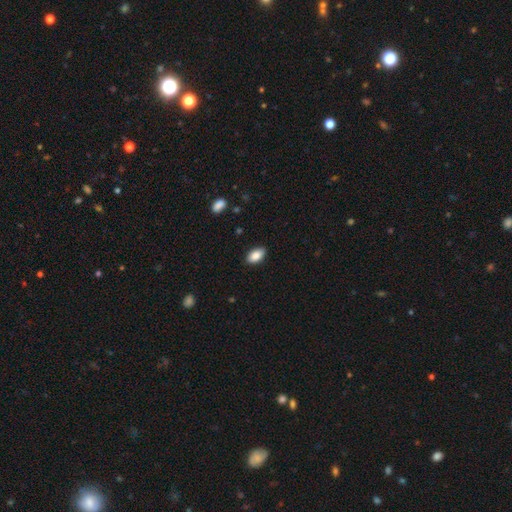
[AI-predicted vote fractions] Smooth or featured? Predicted: smooth (p=0.87). How rounded? Predicted: in between (p=0.93). Merging? Predicted: none (p=0.88).